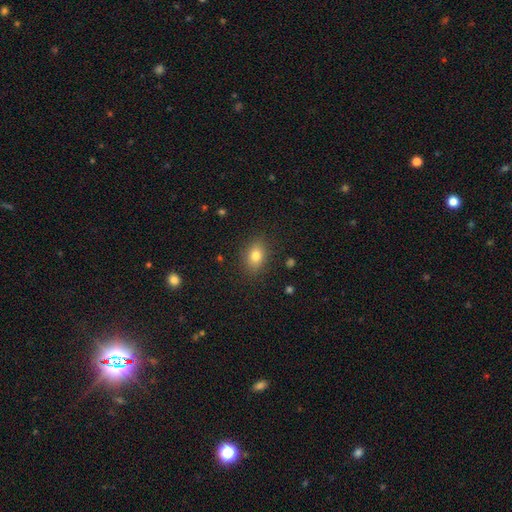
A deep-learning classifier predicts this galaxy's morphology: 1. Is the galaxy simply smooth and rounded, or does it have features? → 79% smooth, 11% star or artifact, 10% featured or disk.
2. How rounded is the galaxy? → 72% in between, 26% round, 2% cigar-shaped.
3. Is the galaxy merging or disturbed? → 87% none, 9% minor disturbance, 3% major disturbance, 1% merger.